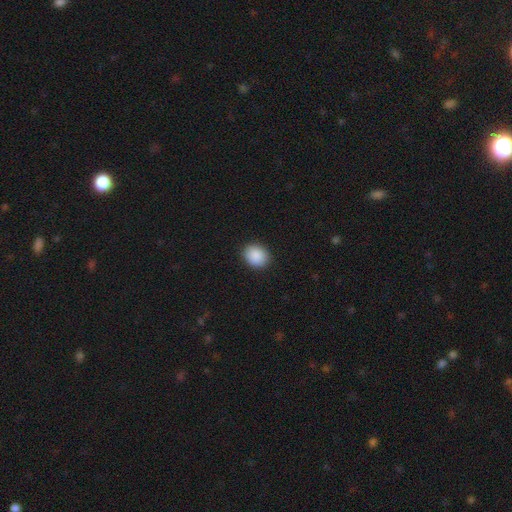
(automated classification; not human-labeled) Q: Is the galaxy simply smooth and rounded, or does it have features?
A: smooth — 89%.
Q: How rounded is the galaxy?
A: round — 56%.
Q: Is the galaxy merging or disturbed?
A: none — 90%.